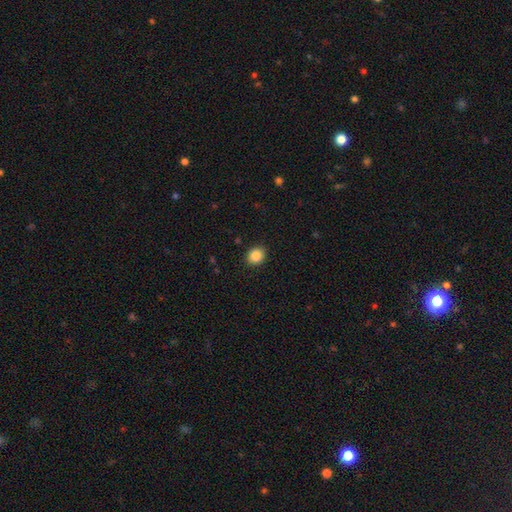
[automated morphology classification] A smooth galaxy with no disk features (87%) that is round (68%).

Vote fractions:
- Smooth or featured? smooth: 87% / star or artifact: 9% / featured or disk: 4%
- How rounded? round: 68% / in between: 31% / cigar-shaped: 1%
- Merging? none: 90% / minor disturbance: 7% / major disturbance: 2% / merger: 1%